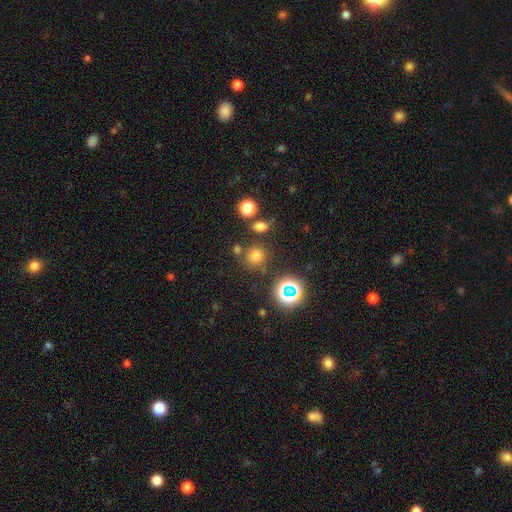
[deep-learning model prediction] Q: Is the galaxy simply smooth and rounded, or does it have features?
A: smooth — 68%.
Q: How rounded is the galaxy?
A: round — 88%.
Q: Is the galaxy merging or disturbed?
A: none — 76%.